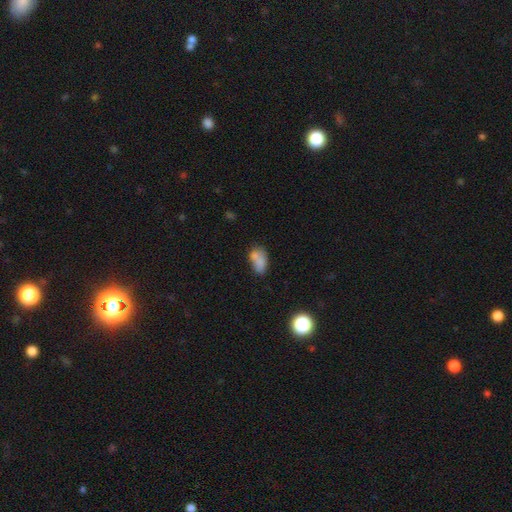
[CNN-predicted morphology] smooth_or_featured: smooth (p=0.72) [alt: featured or disk p=0.16]
how_rounded: in between (p=0.86) [alt: round p=0.11]
merging: none (p=0.39) [alt: merger p=0.30]